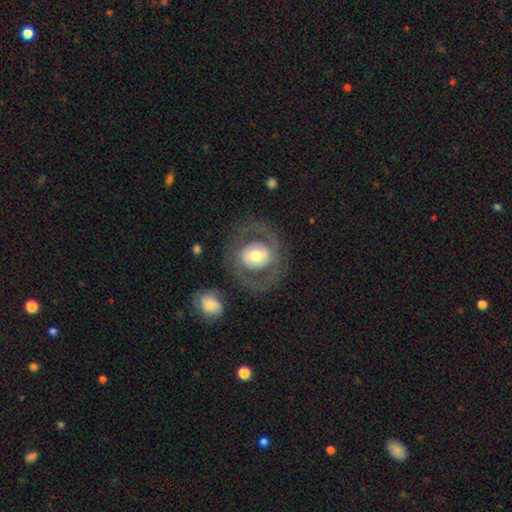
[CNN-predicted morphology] type=featured or disk (61%); edge-on=no (96%); bar=no (57%); spiral arms=no (55%); bulge=moderate (63%); merging=none (75%).